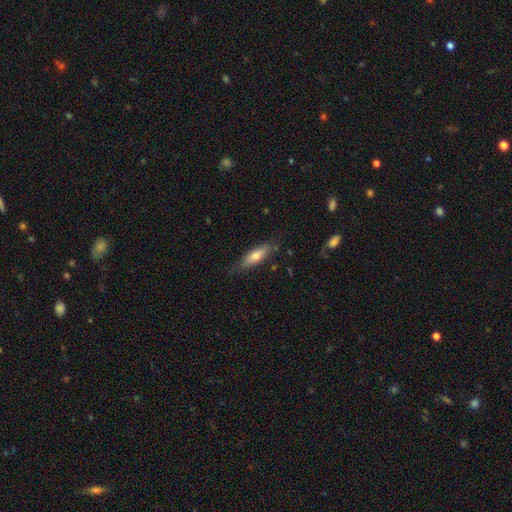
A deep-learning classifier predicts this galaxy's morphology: smooth 65%, featured or disk 28%, star or artifact 7%. Down the decision tree: how rounded — cigar-shaped (59%); merging — none (78%).